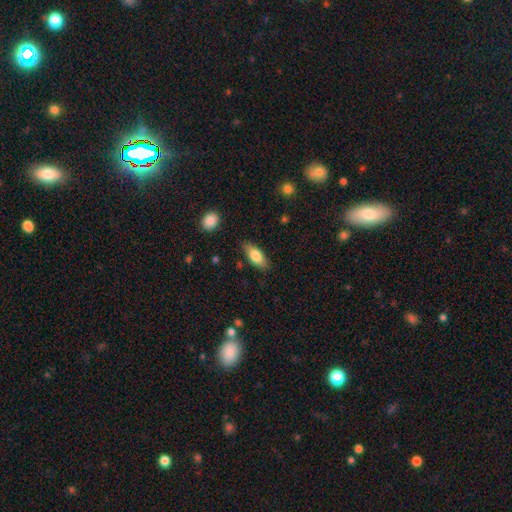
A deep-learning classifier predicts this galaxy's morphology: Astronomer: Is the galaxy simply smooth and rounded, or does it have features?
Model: smooth — 77%.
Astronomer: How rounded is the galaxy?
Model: in between — 80%.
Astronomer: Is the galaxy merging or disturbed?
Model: none — 82%.